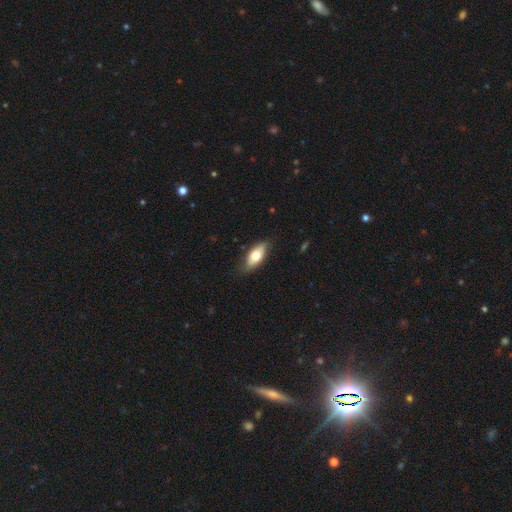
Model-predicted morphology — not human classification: Q: Smooth or featured?
A: smooth (69%); runner-up: featured or disk (25%)
Q: How rounded?
A: in between (85%); runner-up: cigar-shaped (11%)
Q: Merging?
A: none (78%); runner-up: minor disturbance (18%)